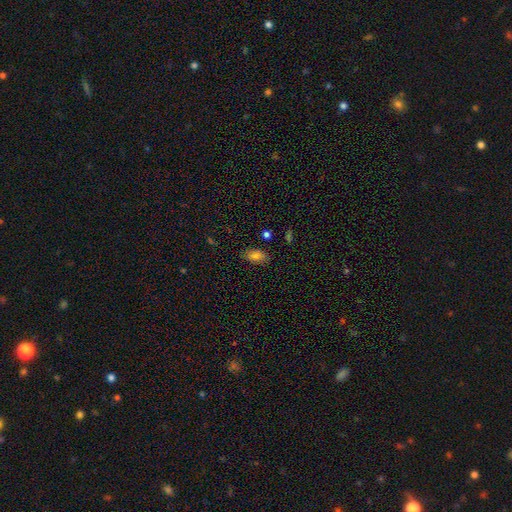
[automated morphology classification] smooth_or_featured: smooth (p=0.79) [alt: star or artifact p=0.11]
how_rounded: in between (p=0.90) [alt: round p=0.06]
merging: none (p=0.82) [alt: minor disturbance p=0.13]